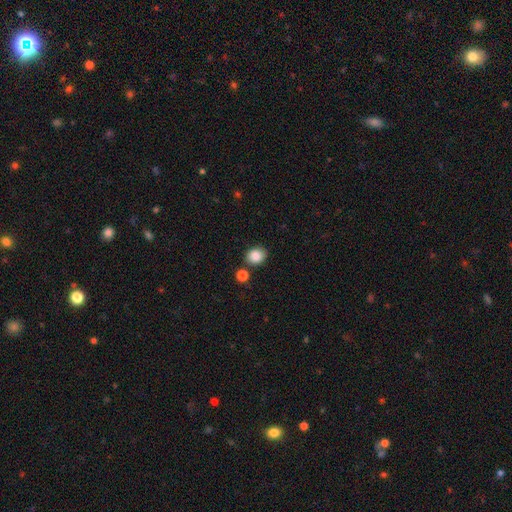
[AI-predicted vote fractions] Morphology: type=smooth (86%); roundness=round (59%); merging=none (78%).